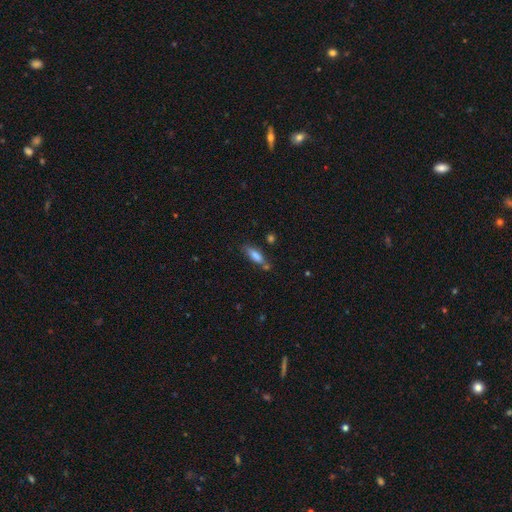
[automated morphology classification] Overall: smooth (77%). How rounded: cigar-shaped (50%; in between 48%). Merging: none (64%).